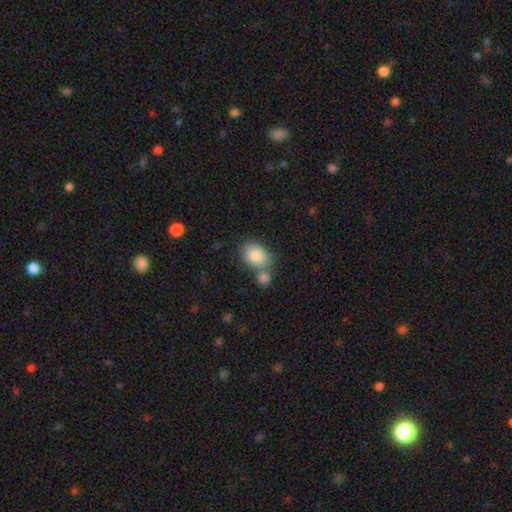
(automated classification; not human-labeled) This is clearly a smooth galaxy (85%). How rounded: likely in between (67%). Merging: possibly none (47%).